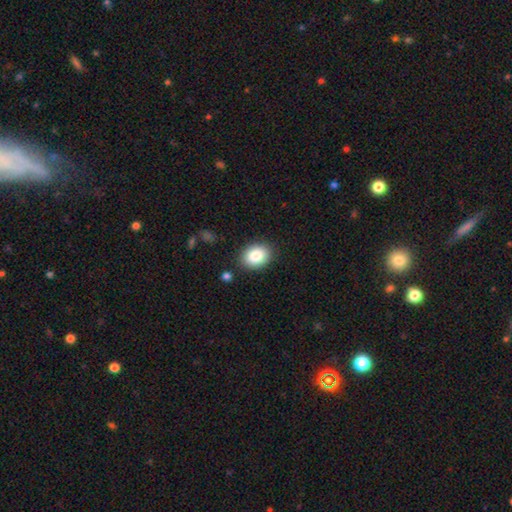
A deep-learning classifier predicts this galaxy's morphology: The model was most divided on "how rounded": in between: 63%, round: 36%, cigar-shaped: 1%. More confident: merging — none (87%); smooth or featured — smooth (85%).